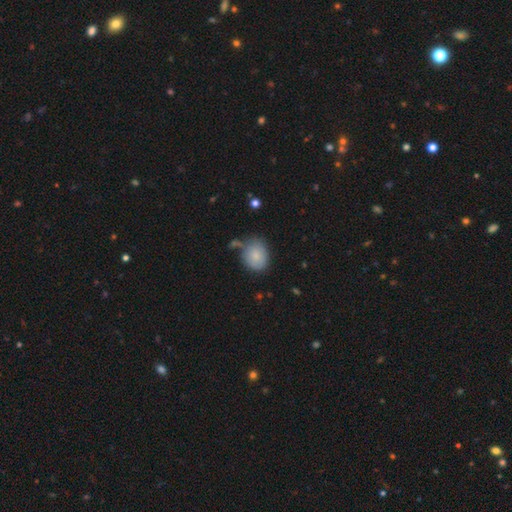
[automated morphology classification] smooth_or_featured: smooth (p=0.82) [alt: featured or disk p=0.11]
how_rounded: round (p=0.52) [alt: in between p=0.47]
merging: none (p=0.58) [alt: minor disturbance p=0.25]